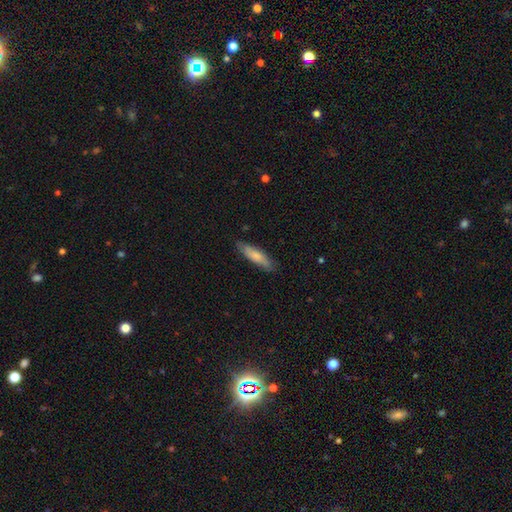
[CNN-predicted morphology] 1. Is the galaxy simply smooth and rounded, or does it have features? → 73% smooth, 22% featured or disk, 5% star or artifact.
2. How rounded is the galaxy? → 69% cigar-shaped, 30% in between, 1% round.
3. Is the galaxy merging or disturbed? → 82% none, 15% minor disturbance, 2% major disturbance, 1% merger.